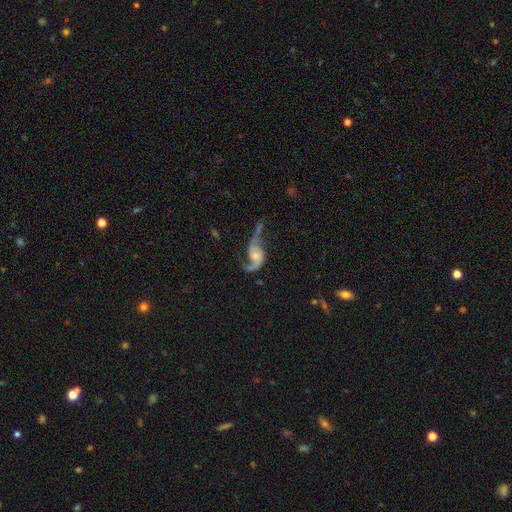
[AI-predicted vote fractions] Morphology: type=featured or disk (86%); edge-on=no (97%); bar=no (66%); spiral arms=yes (95%); winding=loose (68%); arm count=2 (82%); bulge=small (48%); merging=none (37%).